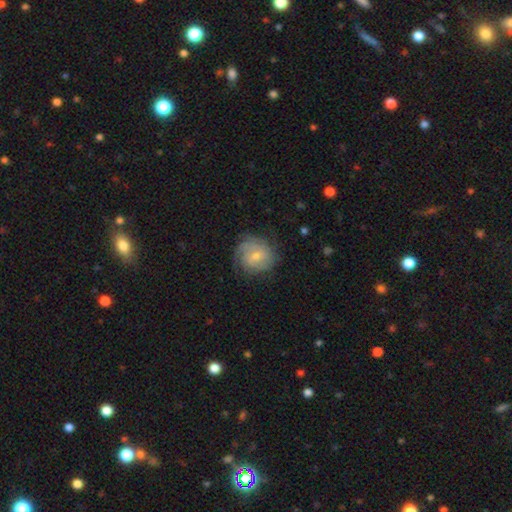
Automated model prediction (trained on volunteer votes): smooth-or-featured: featured or disk: 61% | smooth: 32% | star or artifact: 7%
  disk-edge-on: no: 97% | yes: 3%
    bar: no: 48% | weak: 45% | strong: 7%
    has-spiral-arms: yes: 86% | no: 14%
      spiral-winding: tight: 59% | medium: 30% | loose: 11%
      spiral-arm-count: can't tell: 46% | 2: 21% | 3: 15% | 4: 7% | 1: 6% | more than 4: 4%
    bulge-size: small: 55% | moderate: 40% | none: 2% | large: 2% | dominant: 1%
  merging: none: 70% | minor disturbance: 20% | major disturbance: 9% | merger: 1%